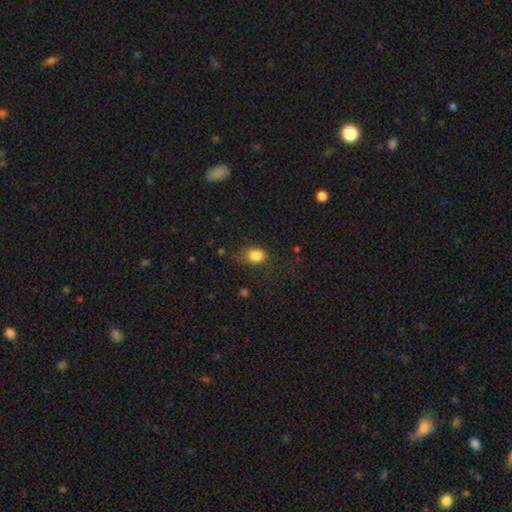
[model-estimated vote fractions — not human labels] A smooth galaxy with no disk features (85%) that is in between round and cigar-shaped (67%).

Vote fractions:
- Smooth or featured? smooth: 85% / star or artifact: 10% / featured or disk: 6%
- How rounded? in between: 67% / round: 31% / cigar-shaped: 1%
- Merging? none: 60% / minor disturbance: 26% / major disturbance: 12% / merger: 2%